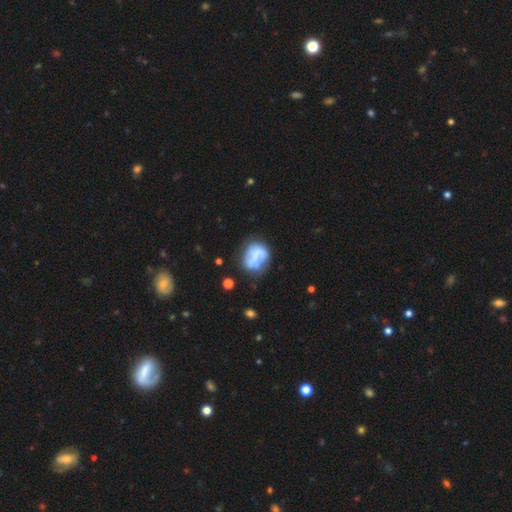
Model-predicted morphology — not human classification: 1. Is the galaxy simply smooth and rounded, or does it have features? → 48% featured or disk, 43% smooth, 9% star or artifact.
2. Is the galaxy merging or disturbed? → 48% none, 26% minor disturbance, 18% major disturbance, 7% merger.